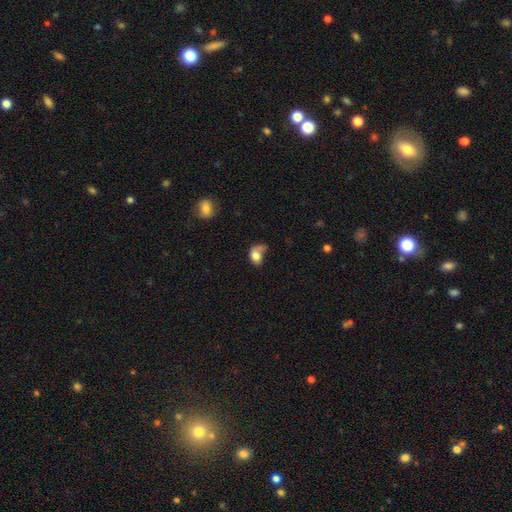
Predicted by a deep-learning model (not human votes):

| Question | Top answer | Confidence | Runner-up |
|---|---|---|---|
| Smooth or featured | smooth | 76% | featured or disk (15%) |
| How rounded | in between | 72% | round (26%) |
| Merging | minor disturbance | 30% | major disturbance (29%) |